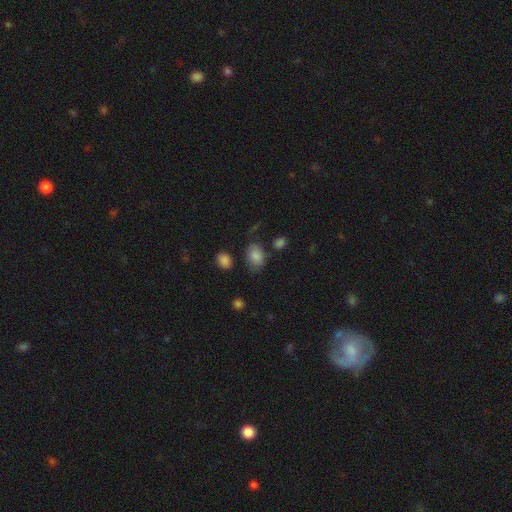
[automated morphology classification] Overall: smooth (83%). How rounded: in between (81%). Merging: none (67%).